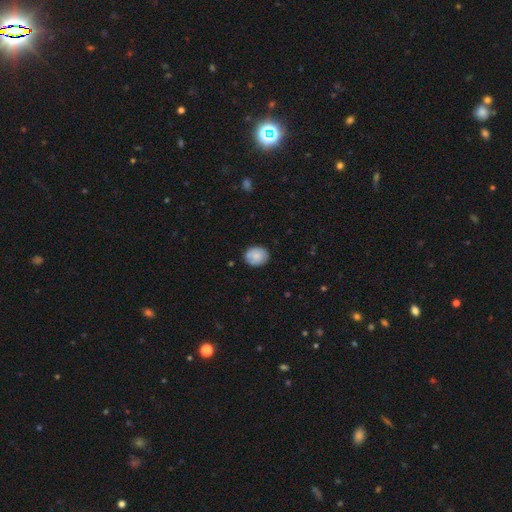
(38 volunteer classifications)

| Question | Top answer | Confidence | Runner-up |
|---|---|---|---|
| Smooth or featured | smooth | 84% | featured or disk (13%) |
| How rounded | round | 53% | in between (47%) |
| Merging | none | 92% | minor disturbance (5%) |